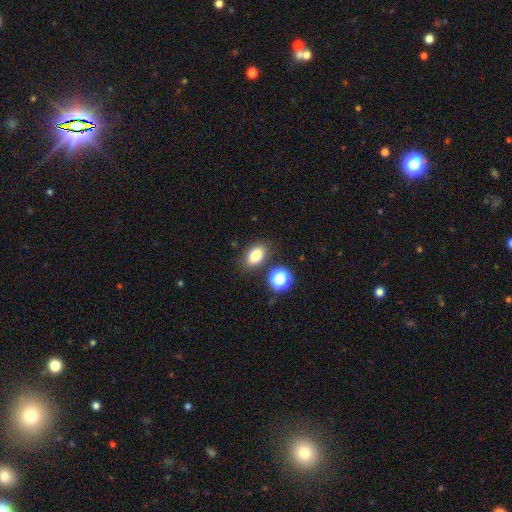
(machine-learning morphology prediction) Smooth or featured? smooth (80%)
How rounded? in between (80%)
Merging? none (78%)